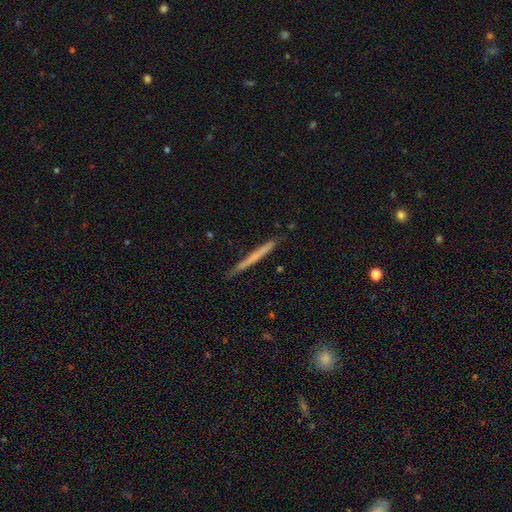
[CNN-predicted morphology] The model was most divided on "smooth or featured": smooth: 54%, featured or disk: 40%, star or artifact: 6%. More confident: how rounded — cigar-shaped (97%); merging — none (88%).